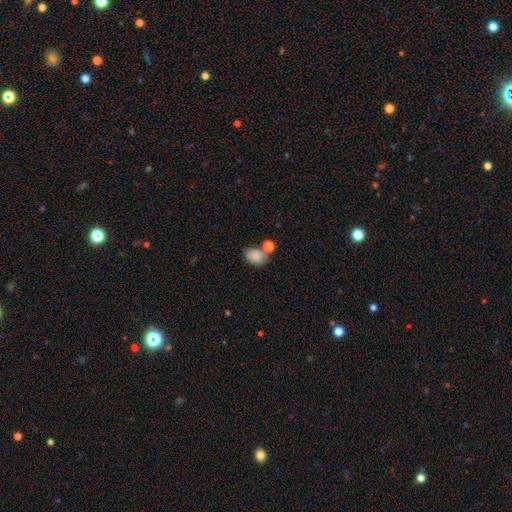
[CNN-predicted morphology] This appears to be a smooth galaxy with no disk features (84%) that is in between round and cigar-shaped (73%). Merging: none (55%).